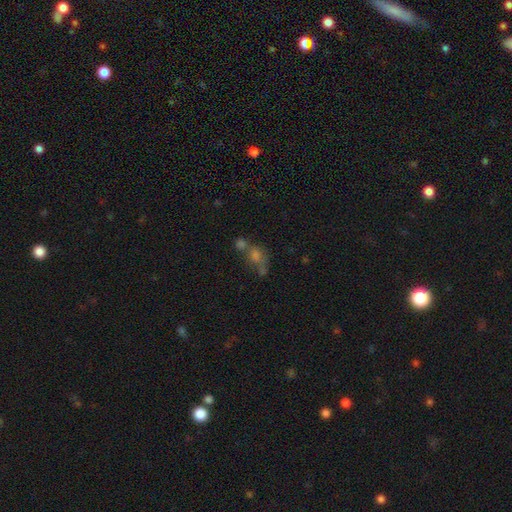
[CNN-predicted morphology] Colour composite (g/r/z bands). It shows a smooth galaxy with no disk features (53%) that is in between round and cigar-shaped (48%, tied with round). Merging: merger (44%).